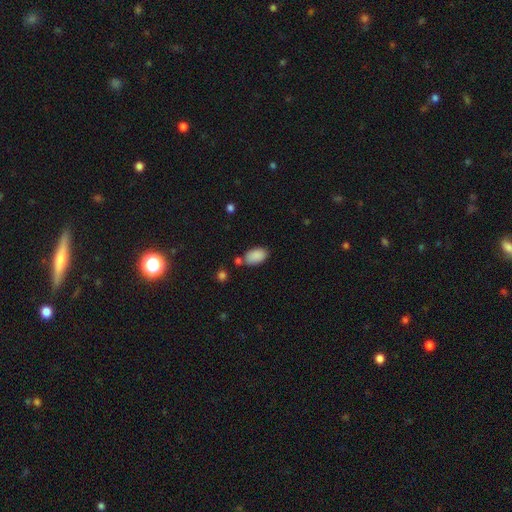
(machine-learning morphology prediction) Overall: smooth (88%). How rounded: in between (93%). Merging: none (71%).